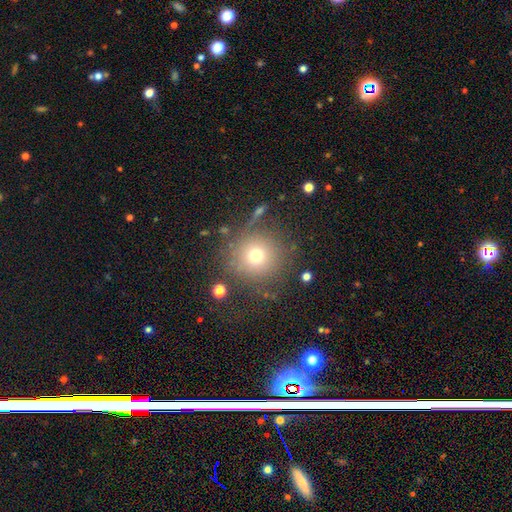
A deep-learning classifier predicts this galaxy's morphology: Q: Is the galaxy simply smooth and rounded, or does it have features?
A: smooth — 71%.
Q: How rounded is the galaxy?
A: round — 94%.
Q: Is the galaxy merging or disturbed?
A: none — 81%.